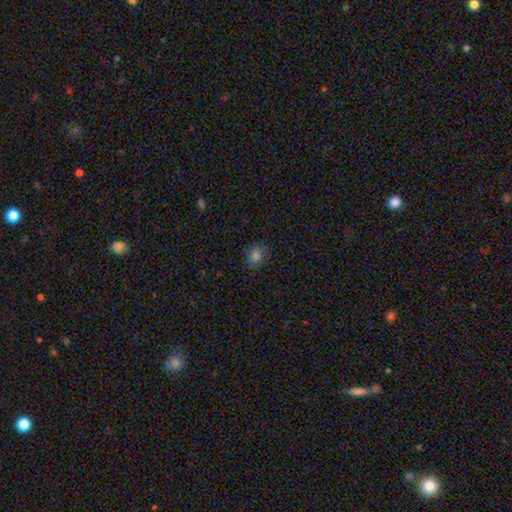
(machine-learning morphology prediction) This is likely a smooth galaxy (76%). How rounded: likely round (68%). Merging: likely none (76%).